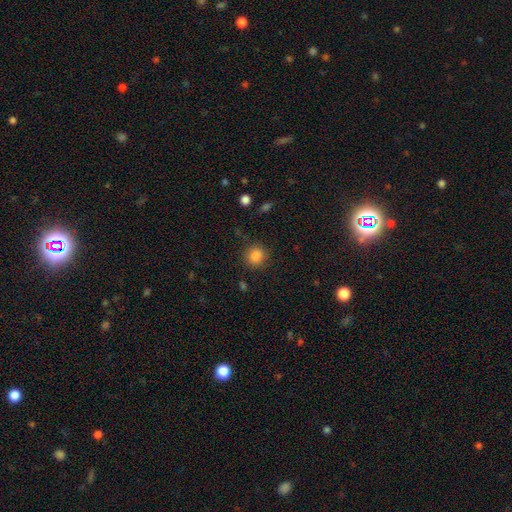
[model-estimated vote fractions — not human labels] A smooth galaxy with no disk features (86%) that is round (80%).

Vote fractions:
- Smooth or featured? smooth: 86% / star or artifact: 10% / featured or disk: 4%
- How rounded? round: 80% / in between: 19% / cigar-shaped: 1%
- Merging? none: 83% / minor disturbance: 11% / major disturbance: 4% / merger: 2%